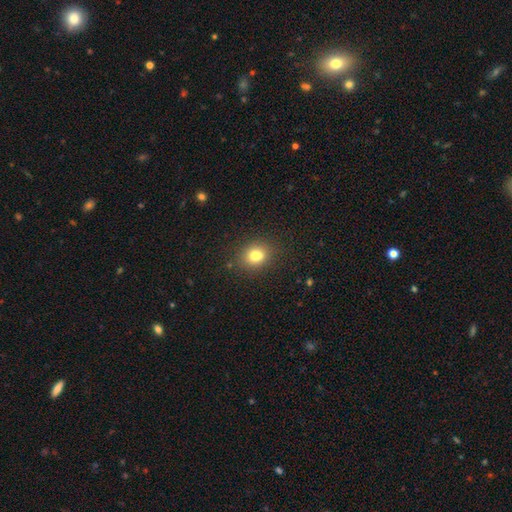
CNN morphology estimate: smooth_or_featured: smooth (p=0.77) [alt: star or artifact p=0.12]
how_rounded: round (p=0.59) [alt: in between p=0.40]
merging: none (p=0.73) [alt: minor disturbance p=0.13]